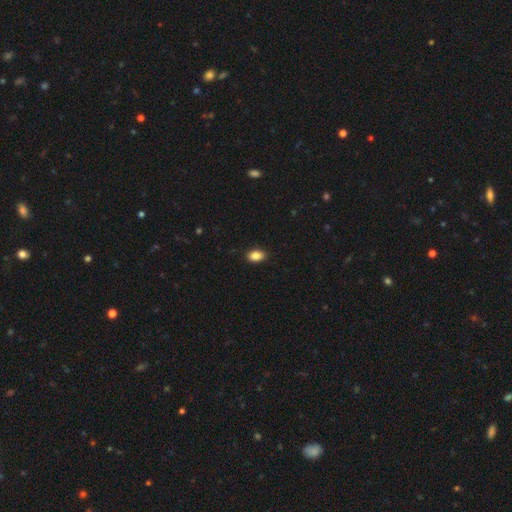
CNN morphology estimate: smooth-or-featured: smooth: 87% | star or artifact: 9% | featured or disk: 4%
  how-rounded: in between: 87% | round: 11% | cigar-shaped: 2%
  merging: none: 88% | minor disturbance: 9% | major disturbance: 2% | merger: 1%